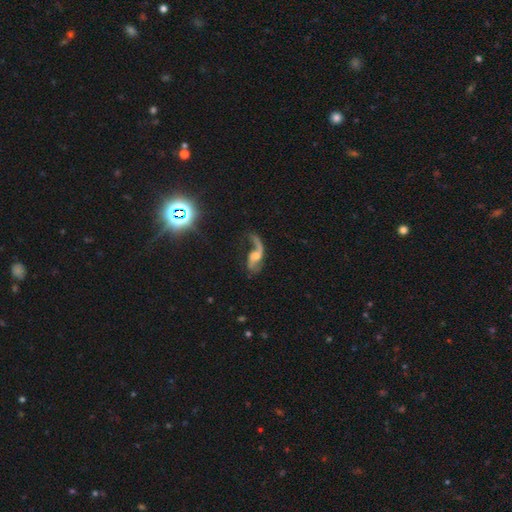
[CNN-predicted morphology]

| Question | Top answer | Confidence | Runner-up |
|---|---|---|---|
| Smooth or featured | featured or disk | 80% | smooth (12%) |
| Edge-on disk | no | 95% | yes (5%) |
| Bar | no | 52% | weak (37%) |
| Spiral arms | yes | 91% | no (9%) |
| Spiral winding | loose | 84% | medium (13%) |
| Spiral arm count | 2 | 70% | 1 (25%) |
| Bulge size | moderate | 39% | small (38%) |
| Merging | none | 42% | major disturbance (33%) |